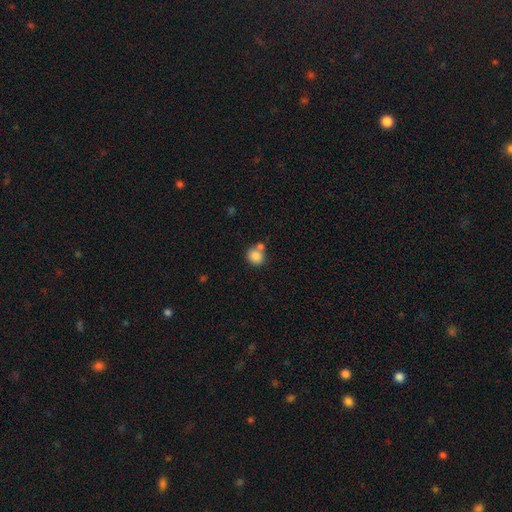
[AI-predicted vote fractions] This is clearly a smooth galaxy (84%). How rounded: clearly round (82%). Merging: possibly none (56%).